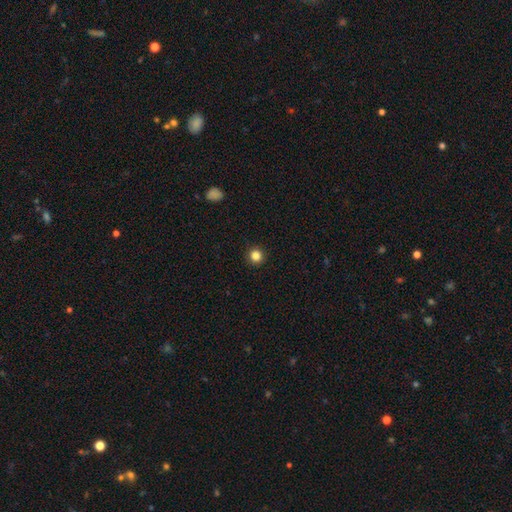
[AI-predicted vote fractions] Morphology: type=smooth (84%); roundness=round (95%); merging=none (93%).